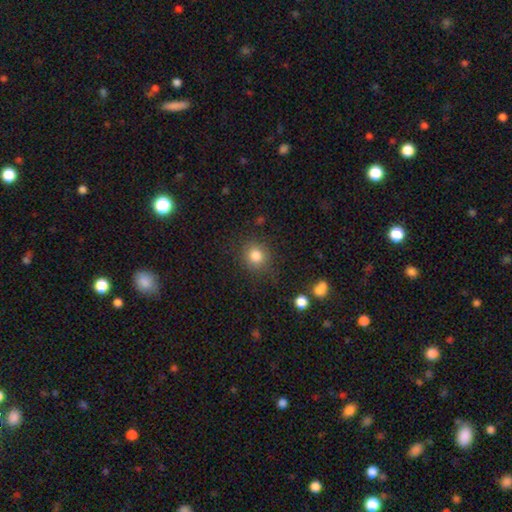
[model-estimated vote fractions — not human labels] A smooth galaxy with no disk features (83%) that is round (85%).

Vote fractions:
- Smooth or featured? smooth: 83% / star or artifact: 11% / featured or disk: 6%
- How rounded? round: 85% / in between: 14% / cigar-shaped: 1%
- Merging? none: 83% / minor disturbance: 11% / major disturbance: 4% / merger: 2%